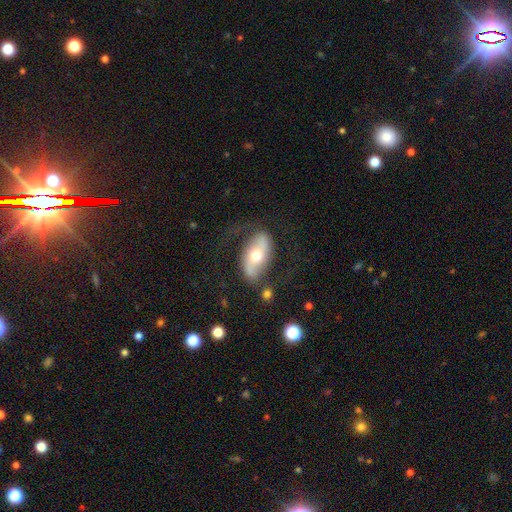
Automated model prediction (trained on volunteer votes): Overall: featured or disk (64%; smooth 30%). Edge-on disk: no (90%). Bar: no (46%; strong 28%). Spiral arms: yes (79%). Bulge size: moderate (73%). Merging: none (64%).